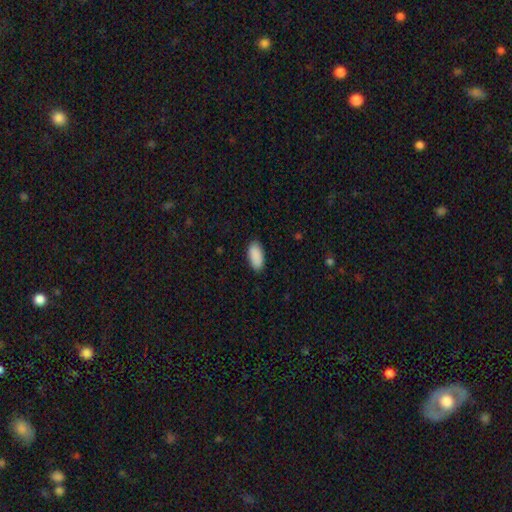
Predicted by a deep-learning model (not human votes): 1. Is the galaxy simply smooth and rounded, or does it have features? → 91% smooth, 6% star or artifact, 3% featured or disk.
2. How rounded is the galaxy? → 94% in between, 4% cigar-shaped, 2% round.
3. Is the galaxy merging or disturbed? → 87% none, 10% minor disturbance, 2% major disturbance, 1% merger.